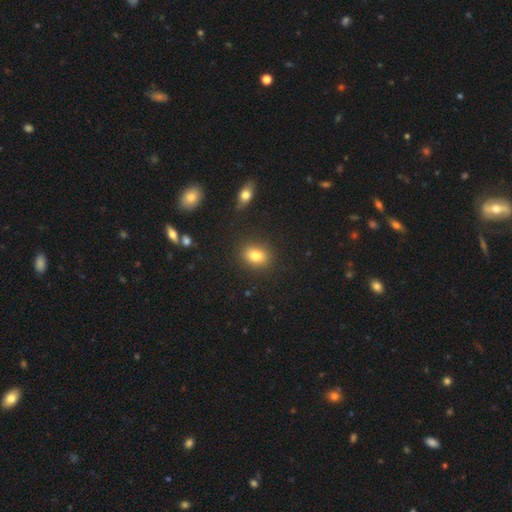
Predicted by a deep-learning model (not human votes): Smooth or featured? smooth (81%)
How rounded? in between (56%)
Merging? none (87%)